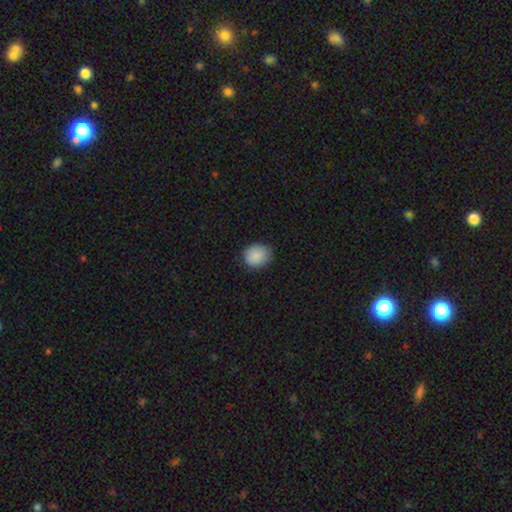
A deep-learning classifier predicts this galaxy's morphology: smooth_or_featured: smooth (p=0.88) [alt: star or artifact p=0.08]
how_rounded: round (p=0.75) [alt: in between p=0.24]
merging: none (p=0.81) [alt: minor disturbance p=0.16]